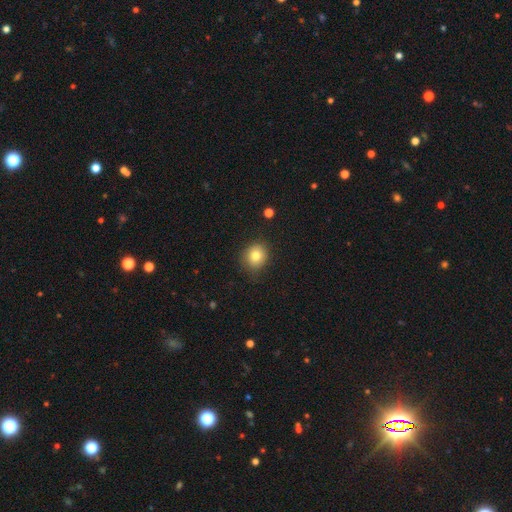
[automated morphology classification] Smooth or featured? smooth (80%)
How rounded? round (77%)
Merging? none (83%)